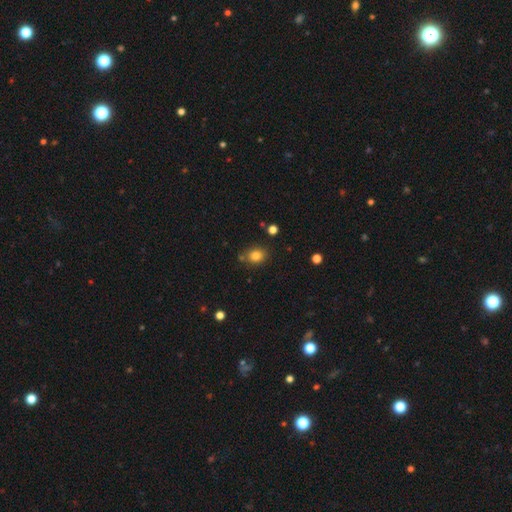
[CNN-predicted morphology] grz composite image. It shows a smooth galaxy with no disk features (82%) that is round (57%). Merging: none (77%).